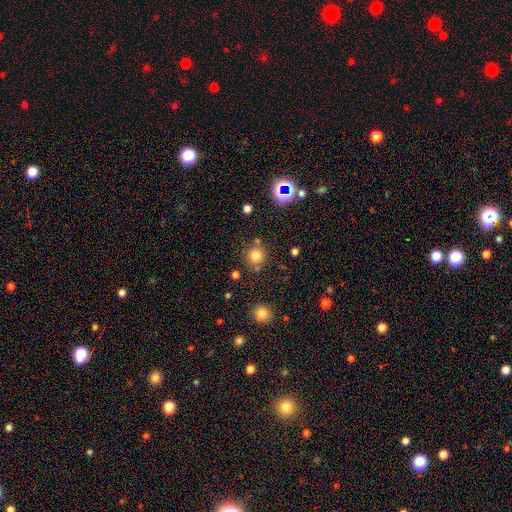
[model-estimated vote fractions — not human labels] Smooth or featured? Predicted: smooth (p=0.77). How rounded? Predicted: round (p=0.93). Merging? Predicted: none (p=0.78).